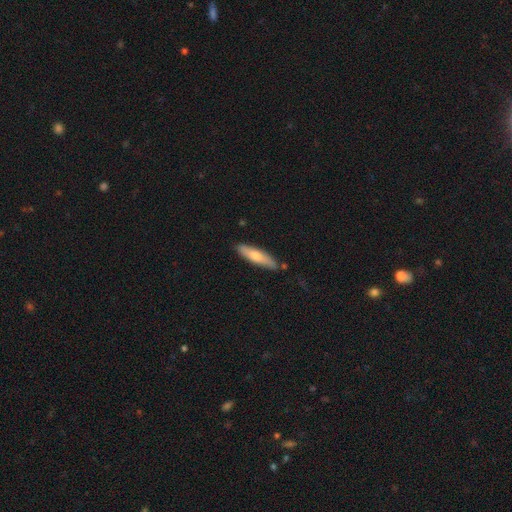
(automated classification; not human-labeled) smooth 69%, featured or disk 26%, star or artifact 5%. Down the decision tree: how rounded — cigar-shaped (73%); merging — none (84%).